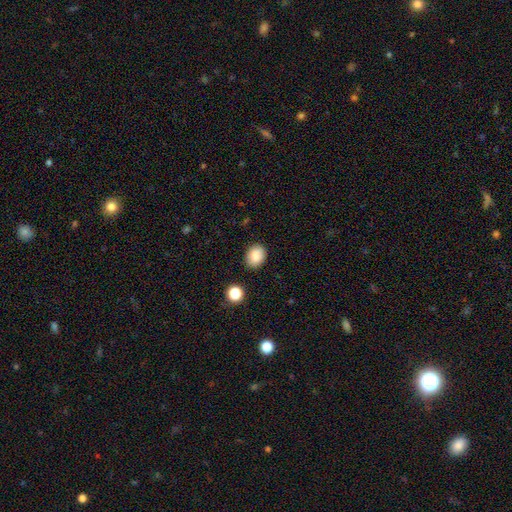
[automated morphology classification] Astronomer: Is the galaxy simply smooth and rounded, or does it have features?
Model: smooth — 87%.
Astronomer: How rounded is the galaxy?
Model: in between — 58% (runner-up: round, 41%).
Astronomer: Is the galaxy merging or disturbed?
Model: none — 86%.